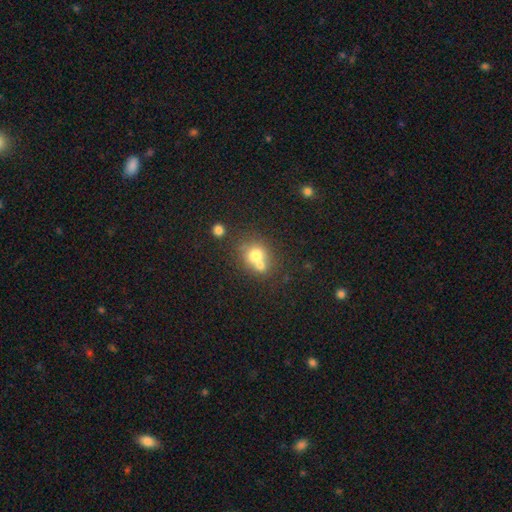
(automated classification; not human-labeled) Q: Smooth or featured?
A: smooth (70%); runner-up: featured or disk (18%)
Q: How rounded?
A: round (74%); runner-up: in between (25%)
Q: Merging?
A: merger (55%); runner-up: none (34%)